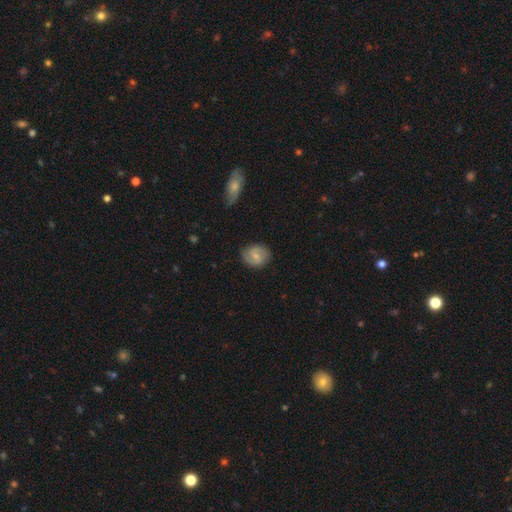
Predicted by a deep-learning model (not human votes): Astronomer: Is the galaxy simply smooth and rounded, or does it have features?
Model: featured or disk — 59% (runner-up: smooth, 34%).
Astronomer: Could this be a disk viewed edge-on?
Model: no — 97%.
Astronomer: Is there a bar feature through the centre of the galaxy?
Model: weak — 55% (runner-up: no, 31%).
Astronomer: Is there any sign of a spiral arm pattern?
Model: yes — 90%.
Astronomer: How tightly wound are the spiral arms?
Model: medium — 49% (runner-up: tight, 28%).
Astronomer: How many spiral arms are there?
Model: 2 — 88%.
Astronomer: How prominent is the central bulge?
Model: small — 53% (runner-up: moderate, 32%).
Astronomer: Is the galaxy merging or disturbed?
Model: none — 82%.